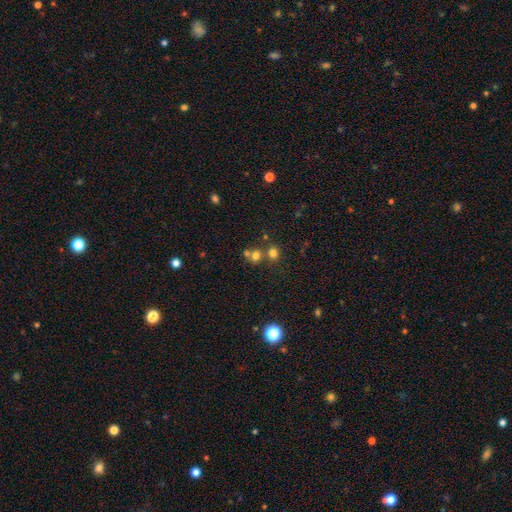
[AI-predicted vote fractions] The model was most divided on "merging": none: 51%, merger: 39%, minor disturbance: 7%, major disturbance: 3%. More confident: how rounded — round (77%); smooth or featured — smooth (68%).